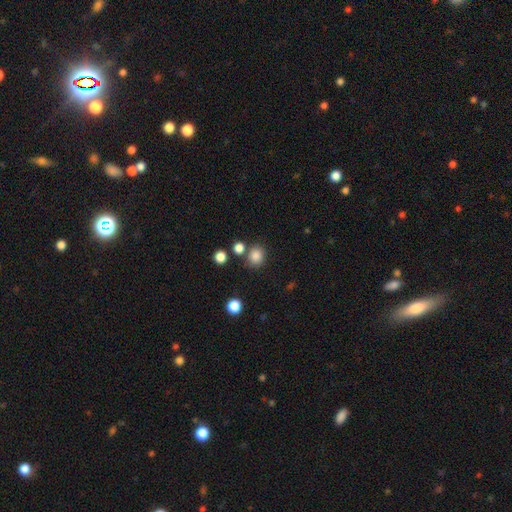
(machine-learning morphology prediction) smooth 84%, star or artifact 12%, featured or disk 4%. Down the decision tree: how rounded — round (77%); merging — none (75%).